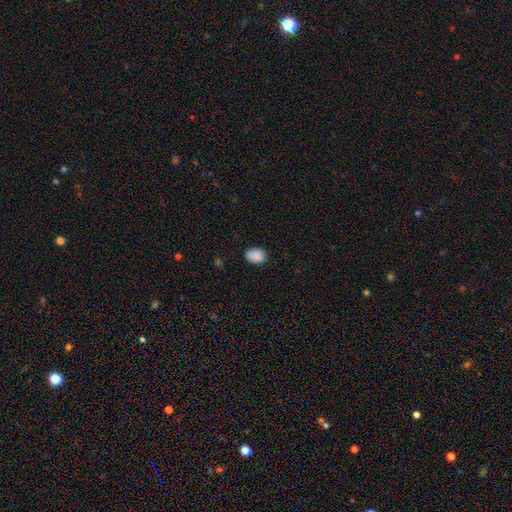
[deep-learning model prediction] Smooth or featured?
  - smooth: 88% *
  - star or artifact: 8%
  - featured or disk: 4%
How rounded?
  - in between: 73% *
  - round: 26%
  - cigar-shaped: 1%
Merging?
  - none: 79% *
  - minor disturbance: 17%
  - major disturbance: 3%
  - merger: 1%